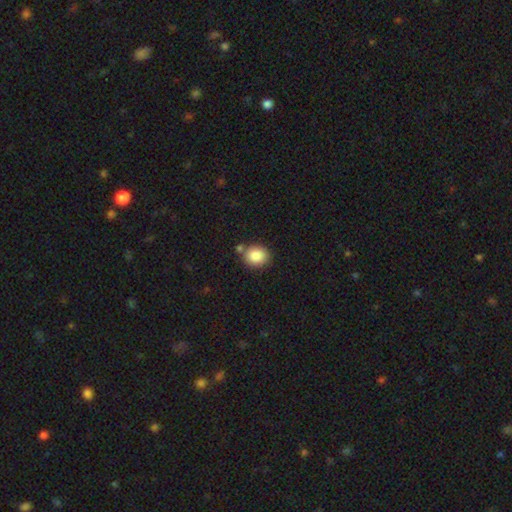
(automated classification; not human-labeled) This is clearly a smooth galaxy (86%). How rounded: likely round (72%). Merging: likely none (75%).